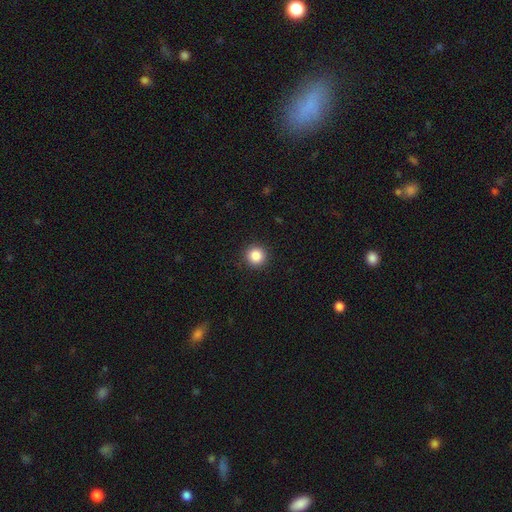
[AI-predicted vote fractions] This is clearly a smooth galaxy (87%). How rounded: clearly round (95%). Merging: clearly none (92%).